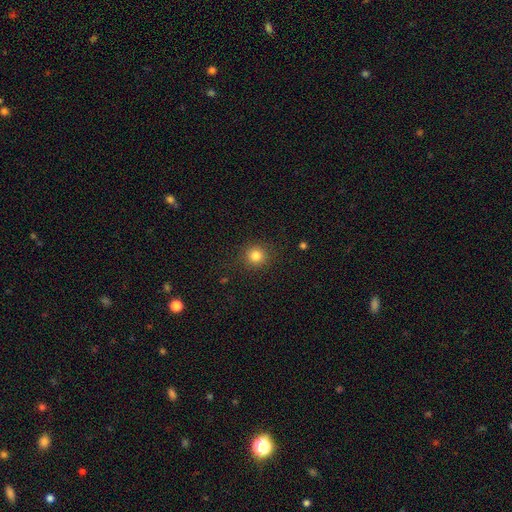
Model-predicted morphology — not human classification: smooth-or-featured: smooth: 82% | star or artifact: 13% | featured or disk: 6%
  how-rounded: round: 92% | in between: 7% | cigar-shaped: 1%
  merging: none: 90% | minor disturbance: 7% | major disturbance: 3% | merger: 1%